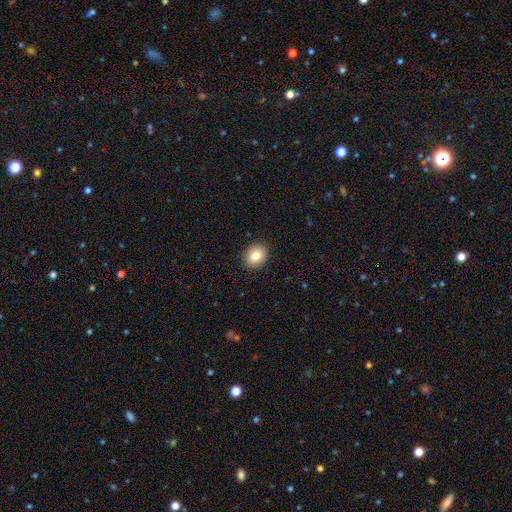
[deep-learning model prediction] A smooth galaxy with no disk features (83%) that is in between round and cigar-shaped (58%).

Vote fractions:
- Smooth or featured? smooth: 83% / star or artifact: 9% / featured or disk: 8%
- How rounded? in between: 58% / round: 41% / cigar-shaped: 1%
- Merging? none: 90% / minor disturbance: 7% / major disturbance: 2% / merger: 1%